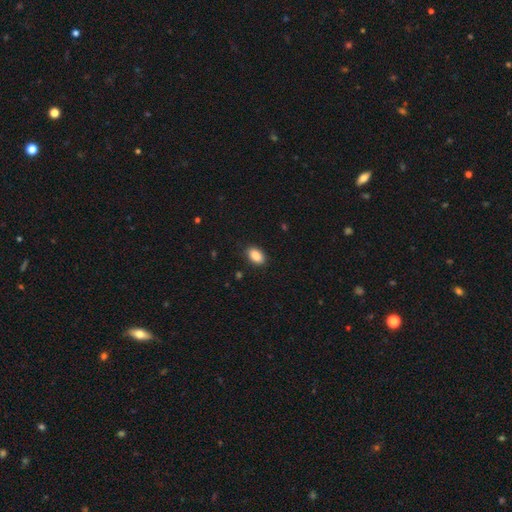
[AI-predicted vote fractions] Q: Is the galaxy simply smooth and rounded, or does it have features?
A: smooth — 88%.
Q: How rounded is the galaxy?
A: in between — 91%.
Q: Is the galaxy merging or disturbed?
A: none — 88%.